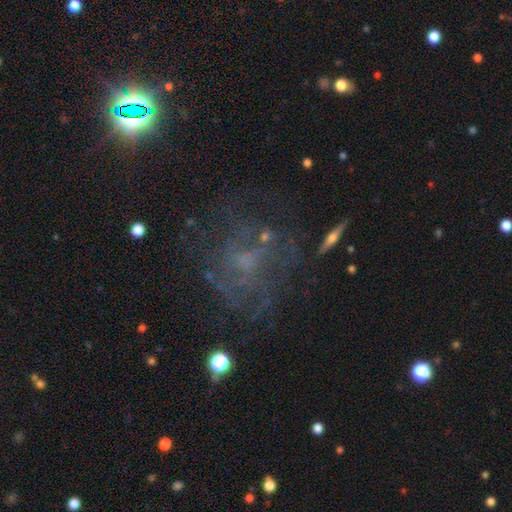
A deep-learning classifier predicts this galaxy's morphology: smooth-or-featured: featured or disk: 44% | star or artifact: 37% | smooth: 18%
  merging: none: 61% | major disturbance: 19% | minor disturbance: 16% | merger: 5%